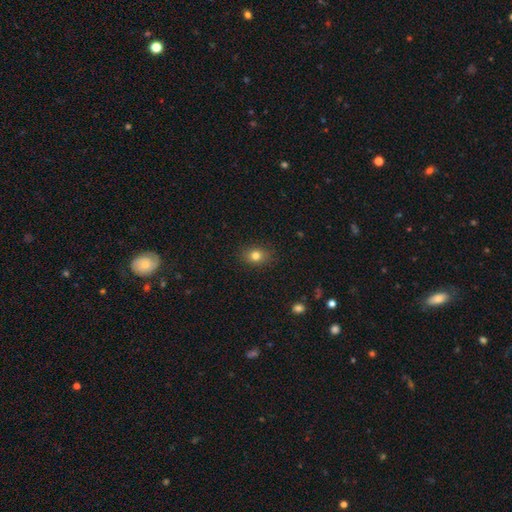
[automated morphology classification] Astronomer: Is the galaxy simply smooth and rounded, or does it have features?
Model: smooth — 80%.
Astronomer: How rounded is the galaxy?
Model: in between — 58% (runner-up: round, 41%).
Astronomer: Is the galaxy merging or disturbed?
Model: none — 87%.